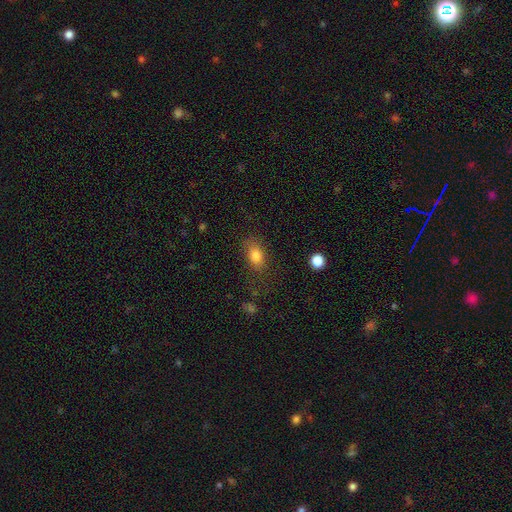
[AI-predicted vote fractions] The model was most divided on "merging": none: 75%, minor disturbance: 16%, major disturbance: 7%, merger: 2%. More confident: smooth or featured — smooth (81%); how rounded — in between (79%).